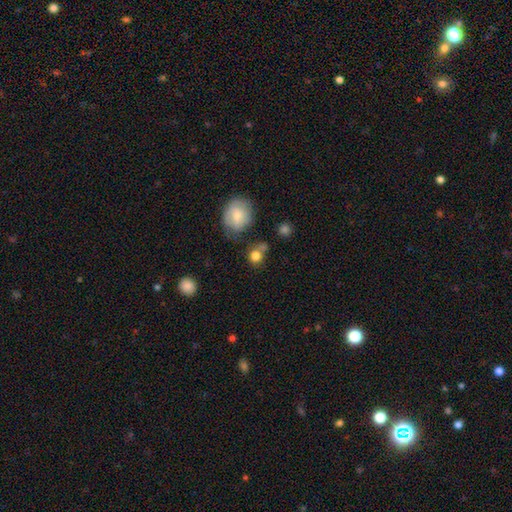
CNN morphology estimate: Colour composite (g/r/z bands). It shows a smooth galaxy with no disk features (81%) that is round (76%). Merging: none (55%).